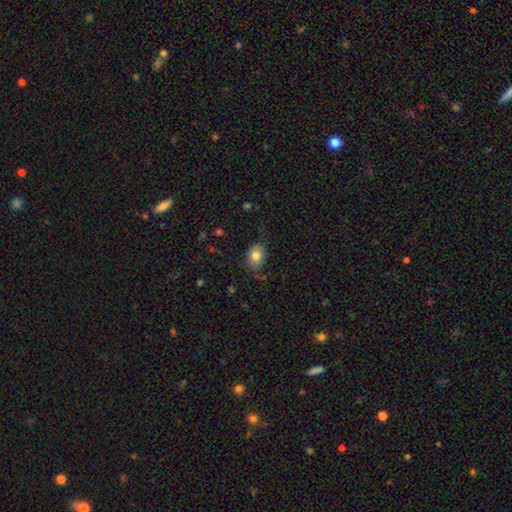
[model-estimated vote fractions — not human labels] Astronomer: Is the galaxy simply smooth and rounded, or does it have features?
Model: smooth — 81%.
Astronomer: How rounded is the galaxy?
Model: in between — 66%.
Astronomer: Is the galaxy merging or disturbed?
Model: none — 71%.